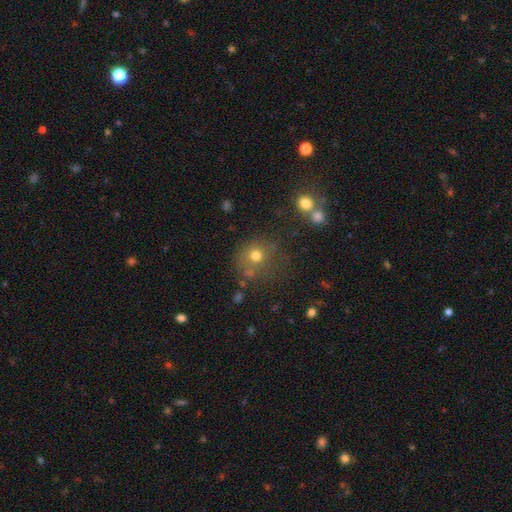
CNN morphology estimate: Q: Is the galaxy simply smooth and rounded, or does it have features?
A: smooth — 70%.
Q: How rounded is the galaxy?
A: round — 83%.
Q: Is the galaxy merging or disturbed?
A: none — 62%.